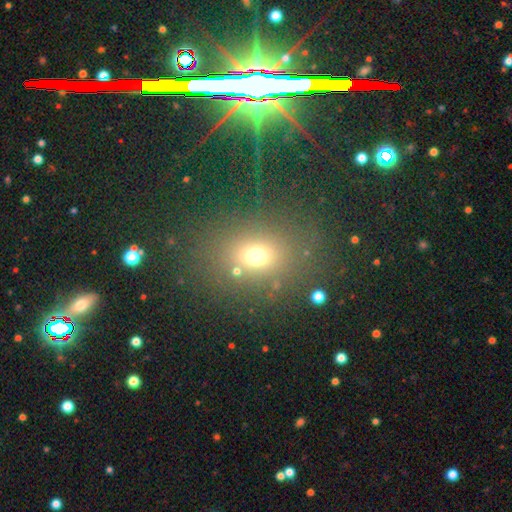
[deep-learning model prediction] A smooth galaxy with no disk features (66%) that is round (51%). Merging: none (77%).